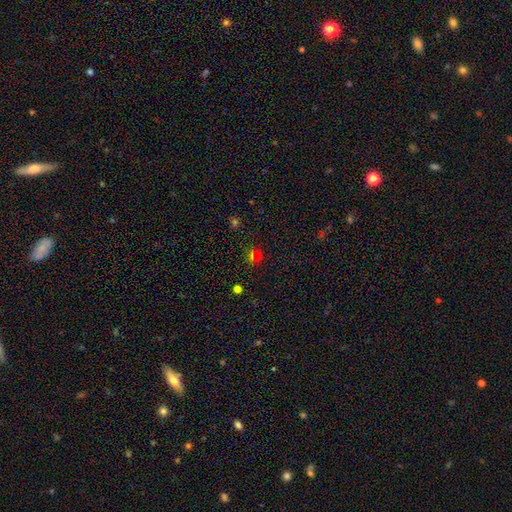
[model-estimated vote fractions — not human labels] Smooth or featured? Predicted: smooth (p=0.53). How rounded? Predicted: round (p=0.87). Merging? Predicted: none (p=0.76).